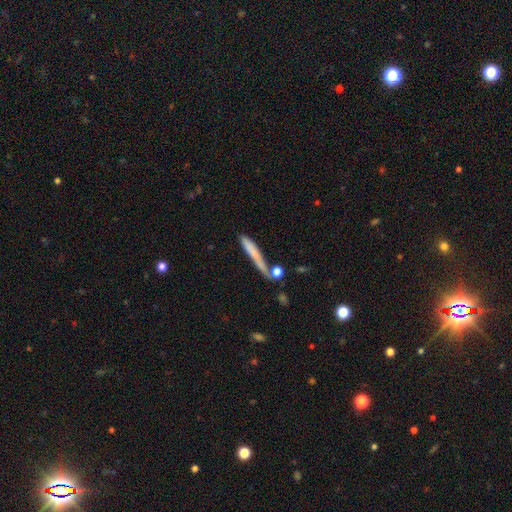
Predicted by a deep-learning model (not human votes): The model was most divided on "smooth or featured": smooth: 64%, featured or disk: 28%, star or artifact: 8%. More confident: how rounded — cigar-shaped (92%); merging — none (57%).